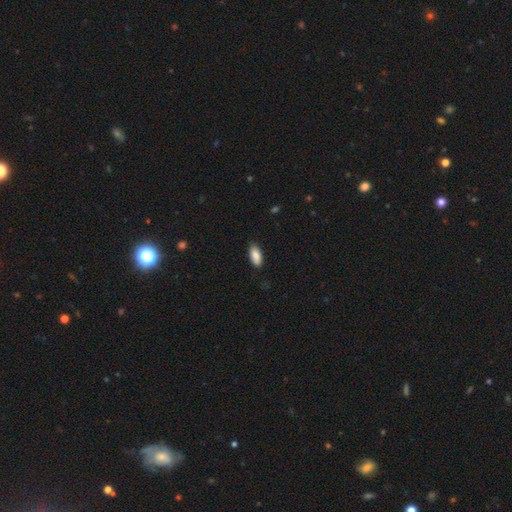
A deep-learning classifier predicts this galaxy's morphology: Smooth or featured: smooth — 89% (star or artifact — 6%)
How rounded: in between — 88% (cigar-shaped — 10%)
Merging: none — 85% (minor disturbance — 12%)